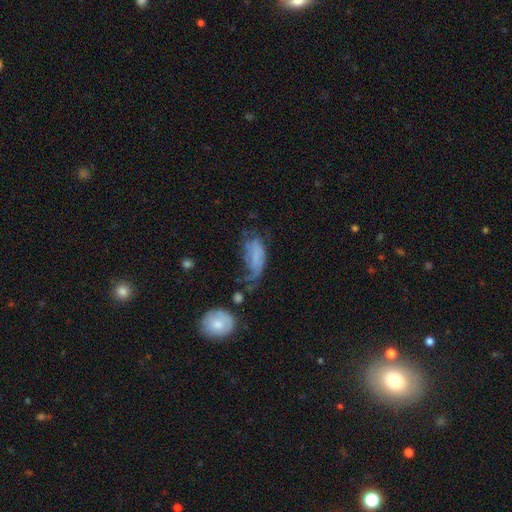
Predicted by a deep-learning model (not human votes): Smooth or featured? Predicted: featured or disk (p=0.45). Merging? Predicted: major disturbance (p=0.42).